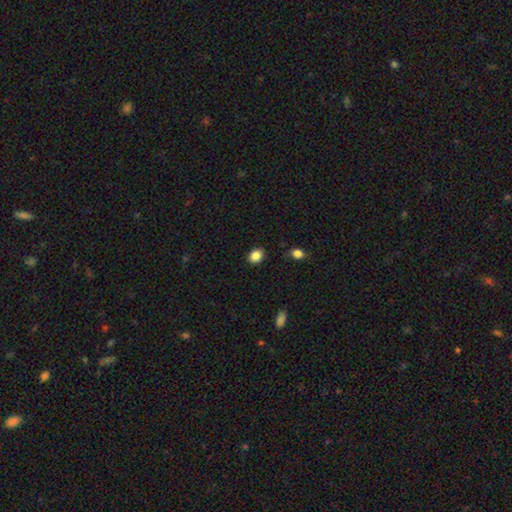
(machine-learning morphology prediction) smooth_or_featured: smooth (p=0.86) [alt: star or artifact p=0.10]
how_rounded: round (p=0.55) [alt: in between p=0.45]
merging: none (p=0.88) [alt: minor disturbance p=0.09]